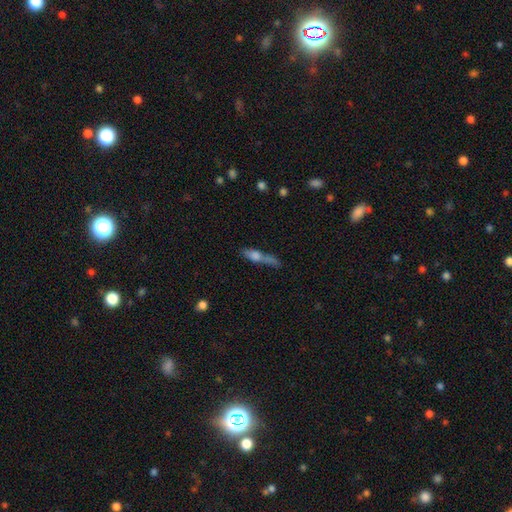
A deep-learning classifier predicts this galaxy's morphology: smooth 52%, featured or disk 37%, star or artifact 11%. Down the decision tree: how rounded — cigar-shaped (72%); merging — none (44%).